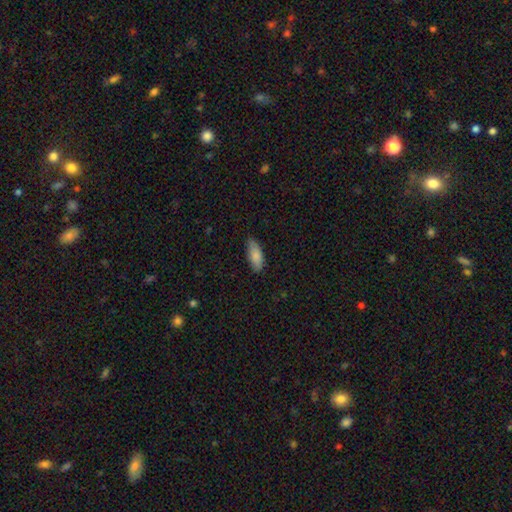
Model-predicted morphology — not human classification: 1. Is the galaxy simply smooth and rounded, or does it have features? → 86% smooth, 9% featured or disk, 6% star or artifact.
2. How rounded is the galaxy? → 80% in between, 18% cigar-shaped, 2% round.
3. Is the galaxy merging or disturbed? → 81% none, 16% minor disturbance, 2% major disturbance, 1% merger.